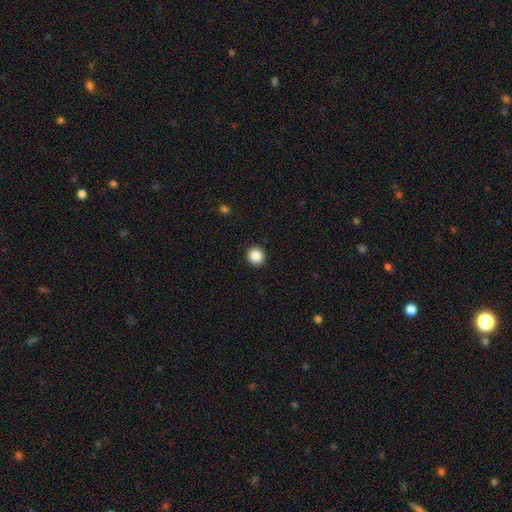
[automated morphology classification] Smooth or featured? smooth (87%)
How rounded? round (94%)
Merging? none (93%)